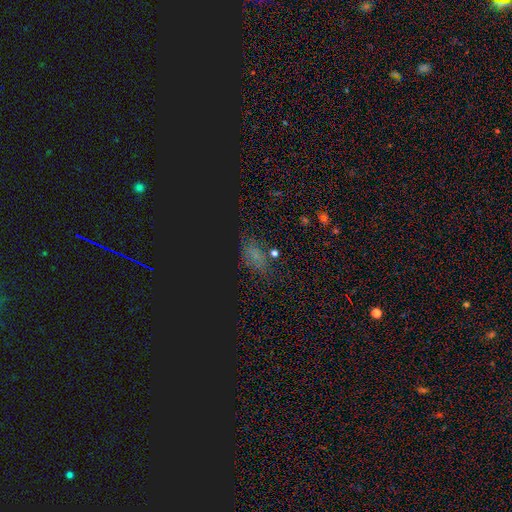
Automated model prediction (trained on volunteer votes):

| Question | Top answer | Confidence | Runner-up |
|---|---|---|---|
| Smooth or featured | star or artifact | 49% | smooth (42%) |